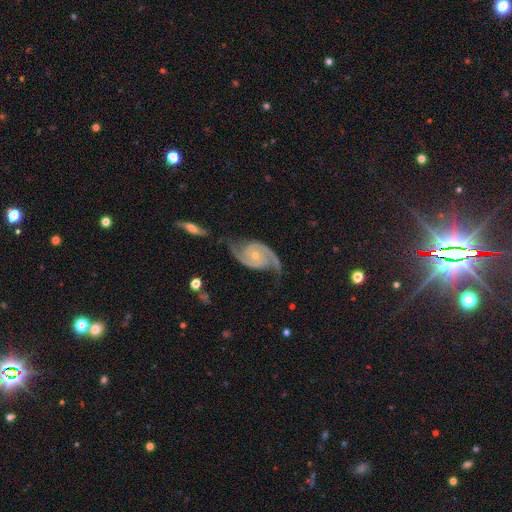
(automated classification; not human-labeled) A featured or disk galaxy (92%) with no bar (72%), 2 (93%) medium (50%) spiral arms (98%) and a small central bulge (56%). Merging: none (68%).